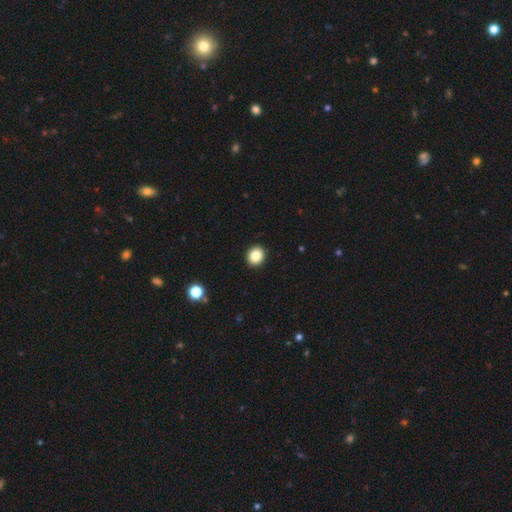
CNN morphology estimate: Smooth or featured? Predicted: smooth (p=0.85). How rounded? Predicted: round (p=0.73). Merging? Predicted: none (p=0.92).